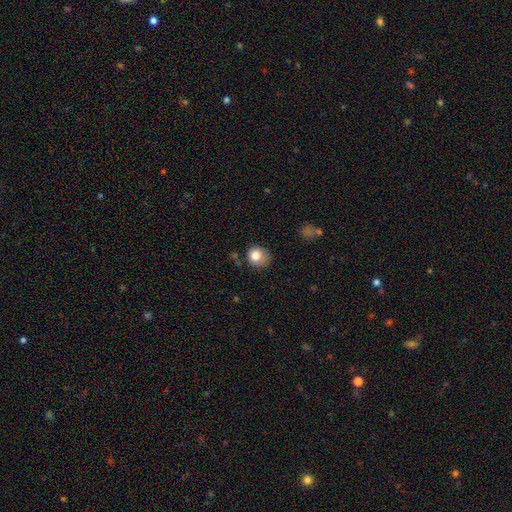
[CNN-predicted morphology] smooth_or_featured: smooth (p=0.82) [alt: star or artifact p=0.10]
how_rounded: round (p=0.77) [alt: in between p=0.22]
merging: none (p=0.64) [alt: minor disturbance p=0.26]